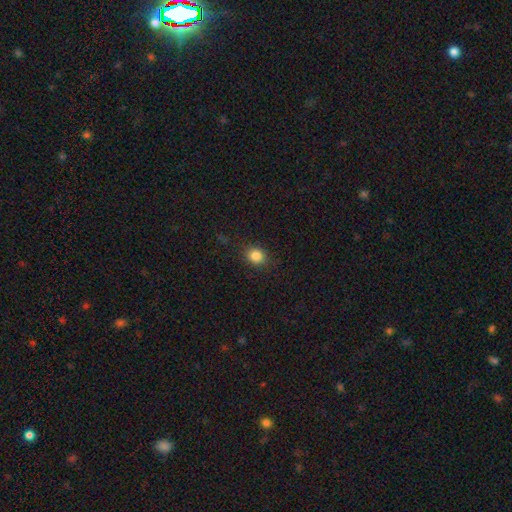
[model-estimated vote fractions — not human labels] Smooth or featured?
  - smooth: 84% *
  - star or artifact: 11%
  - featured or disk: 4%
How rounded?
  - round: 68% *
  - in between: 31%
  - cigar-shaped: 1%
Merging?
  - none: 86% *
  - minor disturbance: 10%
  - major disturbance: 3%
  - merger: 1%